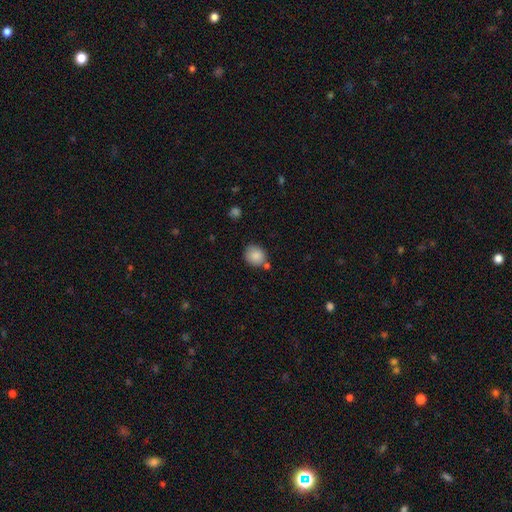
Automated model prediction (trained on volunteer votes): smooth_or_featured: smooth (p=0.87) [alt: star or artifact p=0.08]
how_rounded: round (p=0.77) [alt: in between p=0.22]
merging: none (p=0.72) [alt: minor disturbance p=0.14]